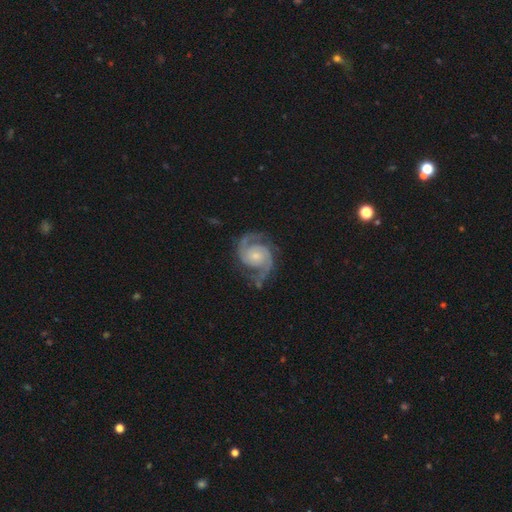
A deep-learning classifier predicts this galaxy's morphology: Smooth or featured: featured or disk — 92% (star or artifact — 4%)
Edge-on disk: no — 98% (yes — 2%)
Bar: no — 68% (weak — 26%)
Spiral arms: yes — 98% (no — 2%)
Spiral winding: medium — 53% (tight — 33%)
Spiral arm count: 2 — 92% (3 — 2%)
Bulge size: small — 58% (moderate — 32%)
Merging: none — 77% (minor disturbance — 15%)